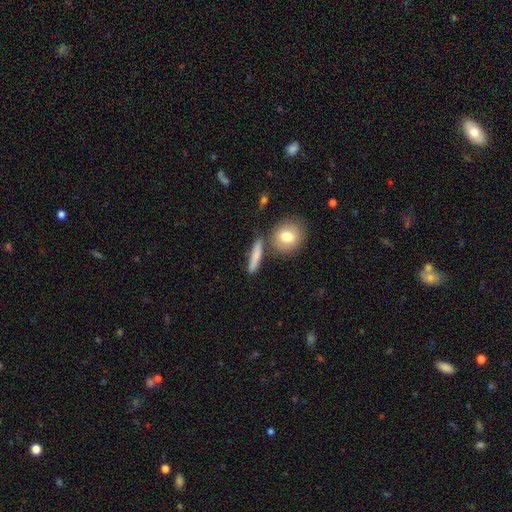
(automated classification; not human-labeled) This is likely a smooth galaxy (77%). How rounded: likely cigar-shaped (68%). Merging: likely none (76%).